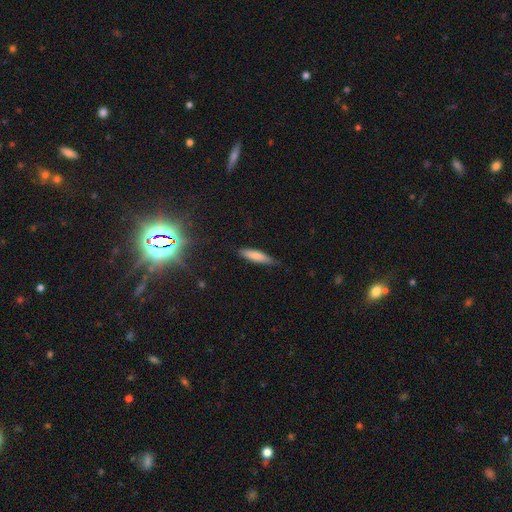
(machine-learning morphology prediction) A smooth galaxy with no disk features (78%) that is cigar-shaped (76%).

Vote fractions:
- Smooth or featured? smooth: 78% / featured or disk: 15% / star or artifact: 7%
- How rounded? cigar-shaped: 76% / in between: 22% / round: 1%
- Merging? none: 76% / minor disturbance: 20% / major disturbance: 3% / merger: 1%